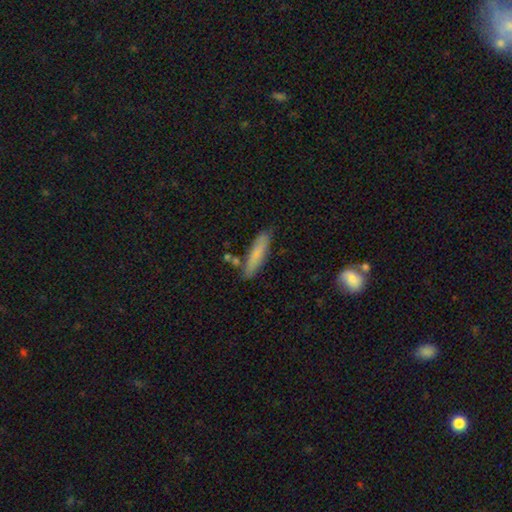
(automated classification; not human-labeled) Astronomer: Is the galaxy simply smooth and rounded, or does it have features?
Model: smooth — 78%.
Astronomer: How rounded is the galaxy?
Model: cigar-shaped — 75%.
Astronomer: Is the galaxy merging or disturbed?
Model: none — 76%.